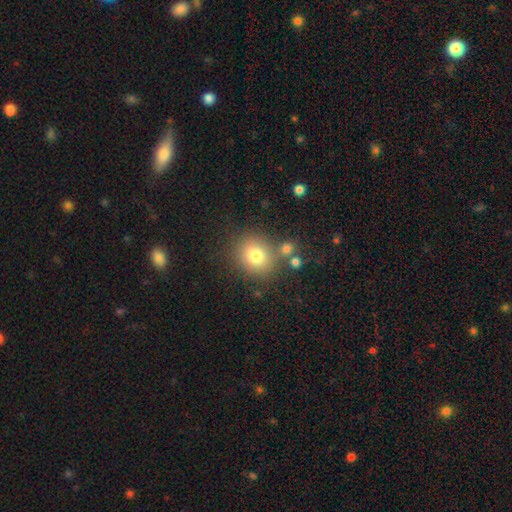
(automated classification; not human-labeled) Smooth or featured? Predicted: smooth (p=0.78). How rounded? Predicted: round (p=0.75). Merging? Predicted: none (p=0.75).